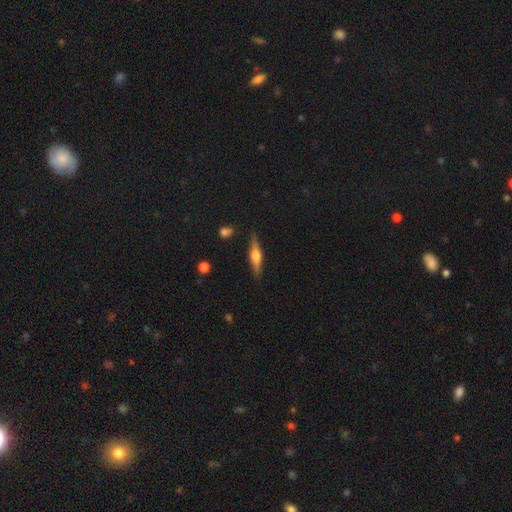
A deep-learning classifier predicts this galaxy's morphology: featured or disk 55%, smooth 39%, star or artifact 6%. Down the decision tree: edge-on disk — yes (95%); edge-on bulge — rounded (88%); merging — none (86%).